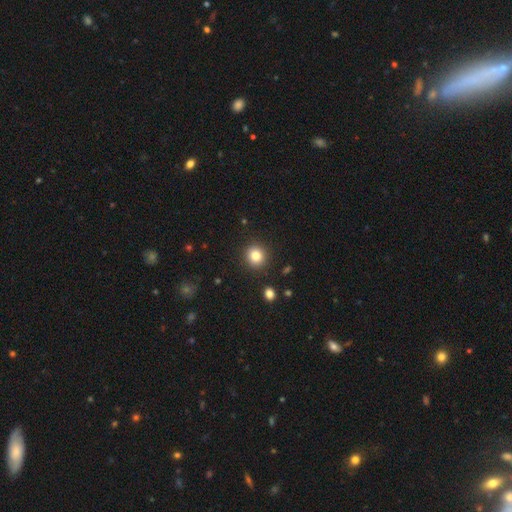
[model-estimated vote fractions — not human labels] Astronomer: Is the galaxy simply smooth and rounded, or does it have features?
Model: smooth — 82%.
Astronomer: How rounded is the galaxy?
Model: round — 88%.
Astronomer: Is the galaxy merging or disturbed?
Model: none — 90%.